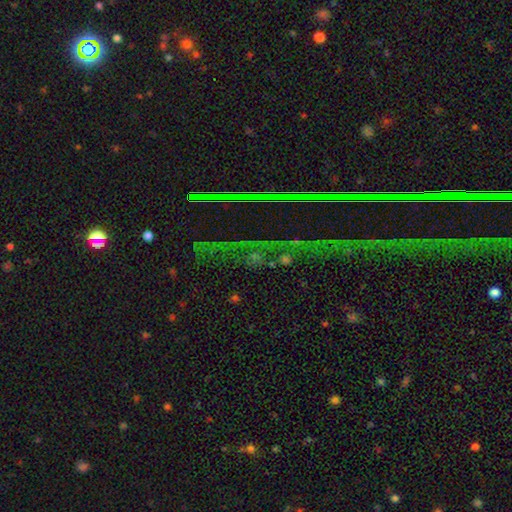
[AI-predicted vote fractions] This appears to be a star or artifact, not a galaxy (70%).